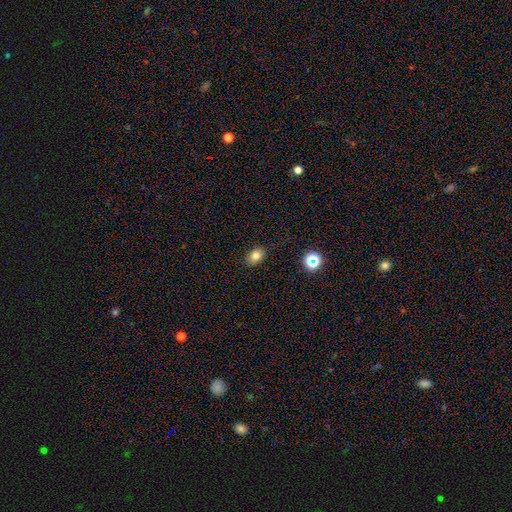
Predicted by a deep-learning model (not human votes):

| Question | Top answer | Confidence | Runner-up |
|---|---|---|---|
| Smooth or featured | smooth | 79% | star or artifact (13%) |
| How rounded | in between | 72% | round (27%) |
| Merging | none | 87% | minor disturbance (10%) |